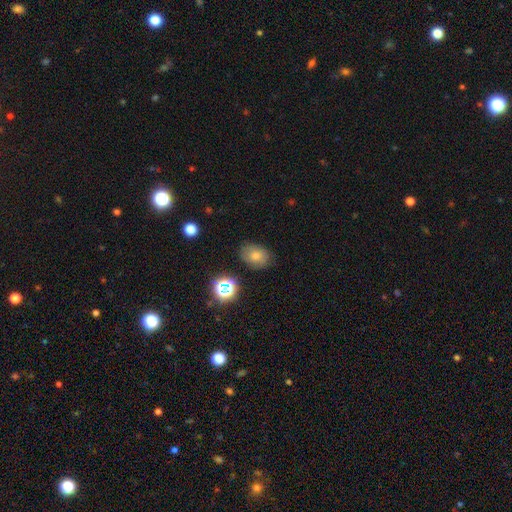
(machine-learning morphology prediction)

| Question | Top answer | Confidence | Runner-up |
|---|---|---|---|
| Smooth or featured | smooth | 66% | star or artifact (19%) |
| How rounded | in between | 64% | round (35%) |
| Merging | none | 80% | minor disturbance (14%) |